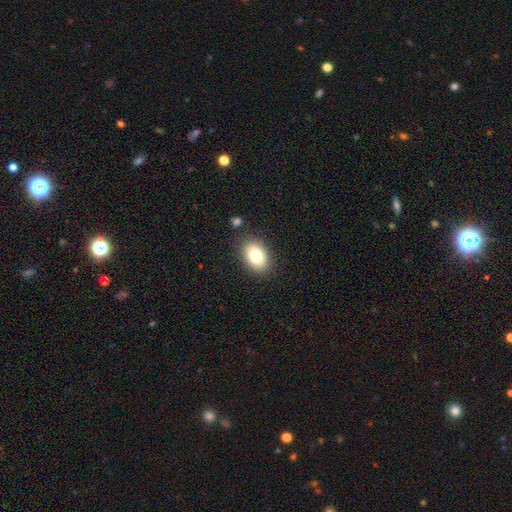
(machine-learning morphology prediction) smooth-or-featured: smooth: 80% | featured or disk: 12% | star or artifact: 9%
  how-rounded: in between: 80% | round: 19% | cigar-shaped: 1%
  merging: none: 85% | minor disturbance: 10% | major disturbance: 3% | merger: 2%